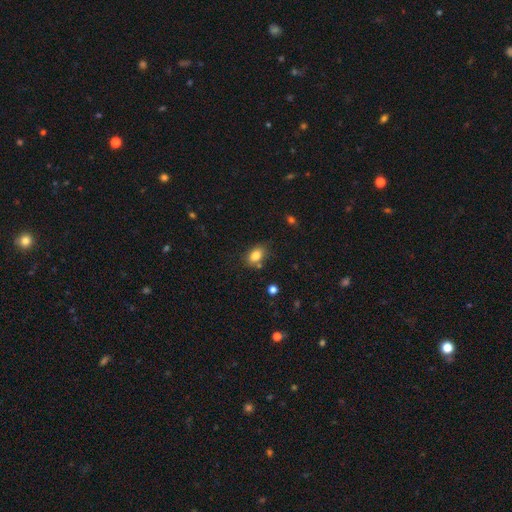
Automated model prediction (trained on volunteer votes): Smooth or featured: smooth — 82% (star or artifact — 10%)
How rounded: in between — 81% (round — 18%)
Merging: none — 74% (minor disturbance — 15%)